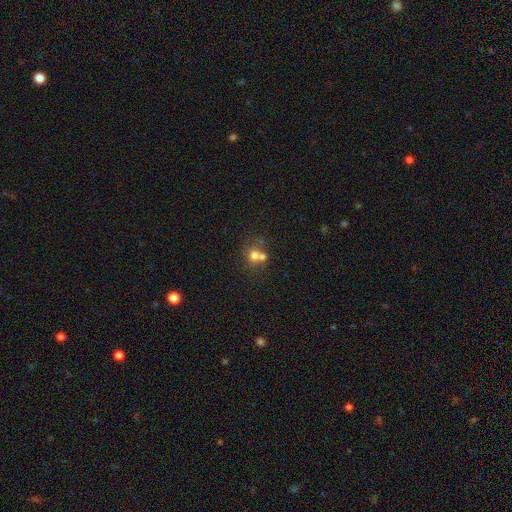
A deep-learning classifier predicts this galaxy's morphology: A smooth galaxy with no disk features (69%) that is round (81%).

Vote fractions:
- Smooth or featured? smooth: 69% / featured or disk: 17% / star or artifact: 14%
- How rounded? round: 81% / in between: 18% / cigar-shaped: 1%
- Merging? merger: 53% / none: 37% / minor disturbance: 7% / major disturbance: 3%